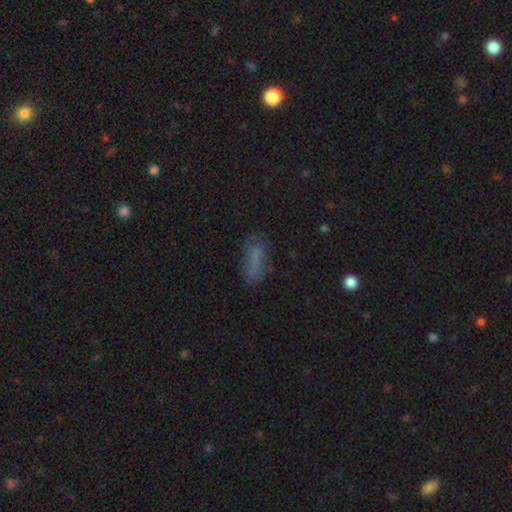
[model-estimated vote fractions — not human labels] smooth 64%, featured or disk 21%, star or artifact 15%. Down the decision tree: how rounded — in between (67%); merging — none (64%).